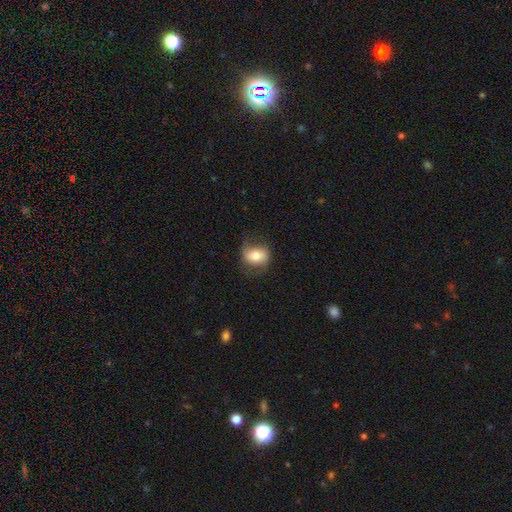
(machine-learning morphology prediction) type=smooth (62%); roundness=in between (67%); merging=none (67%).